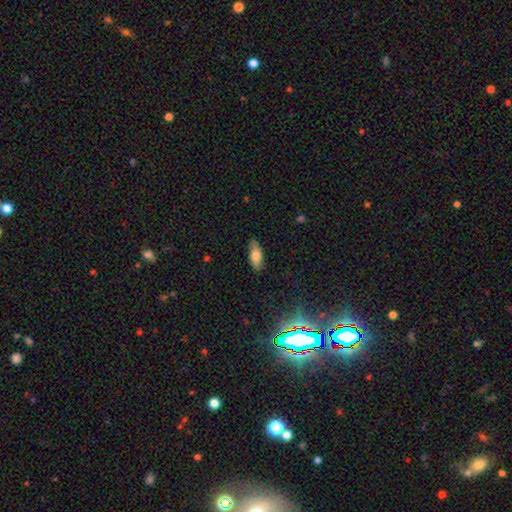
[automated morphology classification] Smooth or featured? smooth (75%)
How rounded? in between (76%)
Merging? none (77%)